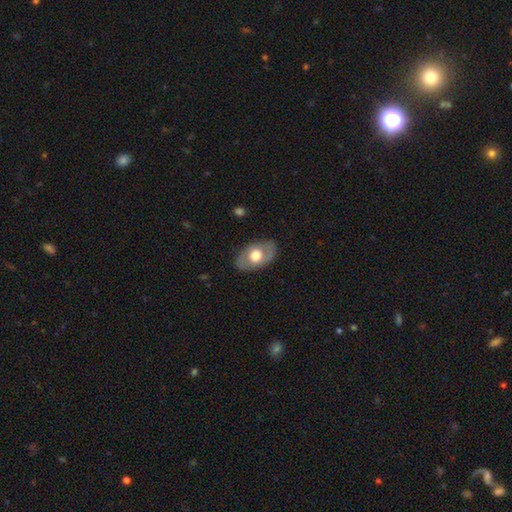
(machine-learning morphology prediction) A smooth galaxy with no disk features (53%) that is in between round and cigar-shaped (86%).

Vote fractions:
- Smooth or featured? smooth: 53% / featured or disk: 42% / star or artifact: 5%
- How rounded? in between: 86% / round: 12% / cigar-shaped: 1%
- Merging? none: 82% / minor disturbance: 13% / major disturbance: 4% / merger: 1%